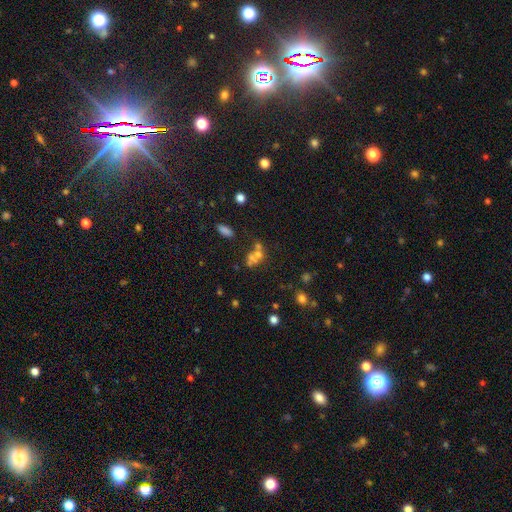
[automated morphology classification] This appears to be a smooth galaxy with no disk features (51%) that is round (57%). Merging: merger (49%).